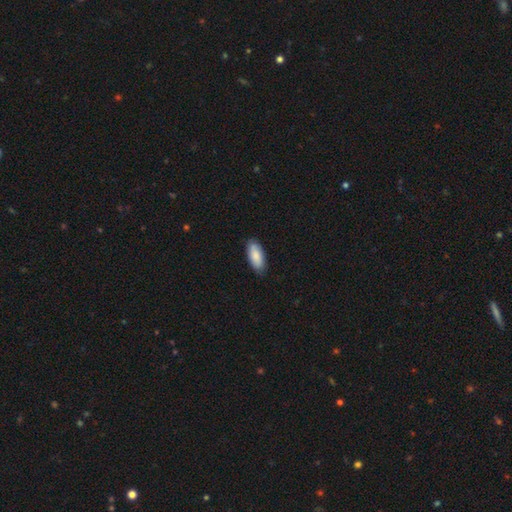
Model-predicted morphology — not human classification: A smooth galaxy with no disk features (86%) that is in between round and cigar-shaped (85%).

Vote fractions:
- Smooth or featured? smooth: 86% / featured or disk: 9% / star or artifact: 5%
- How rounded? in between: 85% / cigar-shaped: 14% / round: 2%
- Merging? none: 86% / minor disturbance: 11% / major disturbance: 2% / merger: 1%